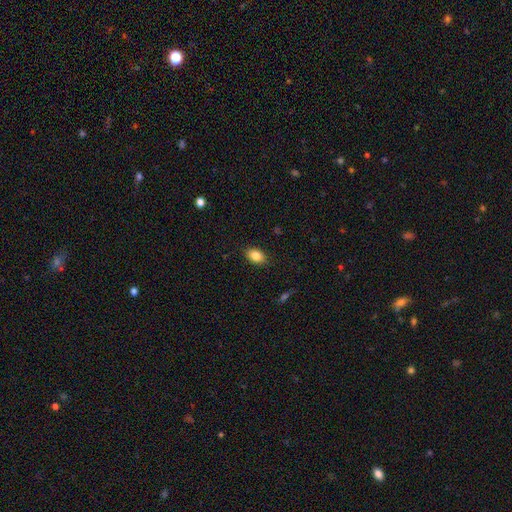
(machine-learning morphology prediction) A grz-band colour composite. It shows a smooth galaxy with no disk features (85%) that is in between round and cigar-shaped (83%). Merging: none (87%).